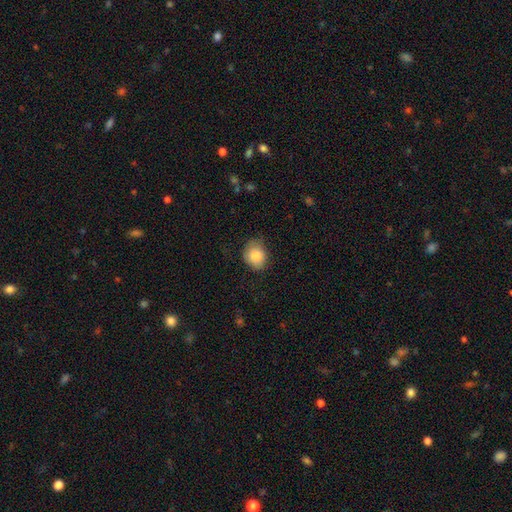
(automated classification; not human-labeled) Smooth or featured? Predicted: smooth (p=0.86). How rounded? Predicted: round (p=0.60). Merging? Predicted: none (p=0.67).